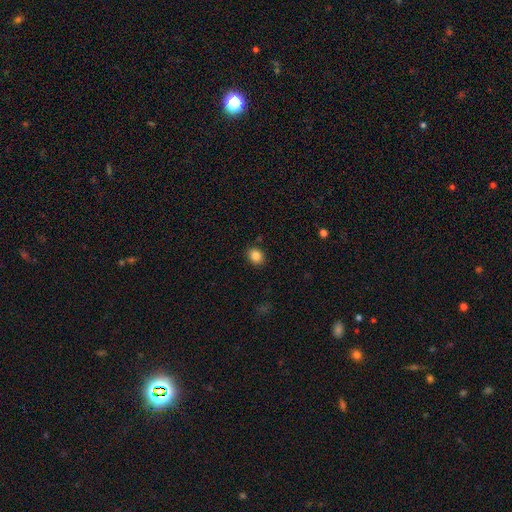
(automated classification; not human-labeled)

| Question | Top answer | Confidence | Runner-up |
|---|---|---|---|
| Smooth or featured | smooth | 84% | star or artifact (10%) |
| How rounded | round | 54% | in between (45%) |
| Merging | none | 88% | minor disturbance (8%) |